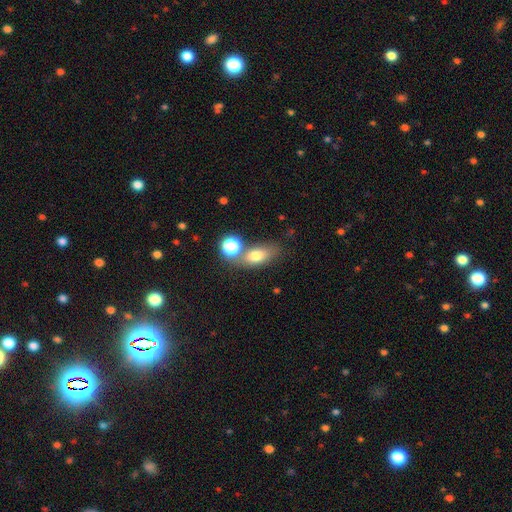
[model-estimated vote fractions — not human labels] smooth_or_featured: smooth (p=0.73) [alt: featured or disk p=0.14]
how_rounded: in between (p=0.77) [alt: round p=0.17]
merging: none (p=0.56) [alt: merger p=0.23]